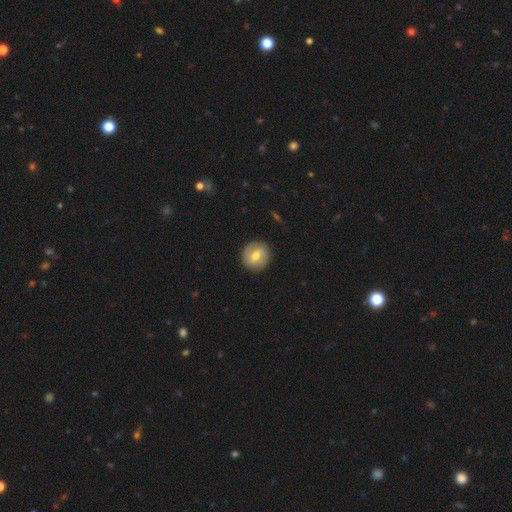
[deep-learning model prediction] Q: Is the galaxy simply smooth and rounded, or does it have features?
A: smooth — 56%.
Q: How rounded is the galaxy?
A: round — 90%.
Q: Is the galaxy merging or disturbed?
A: none — 89%.